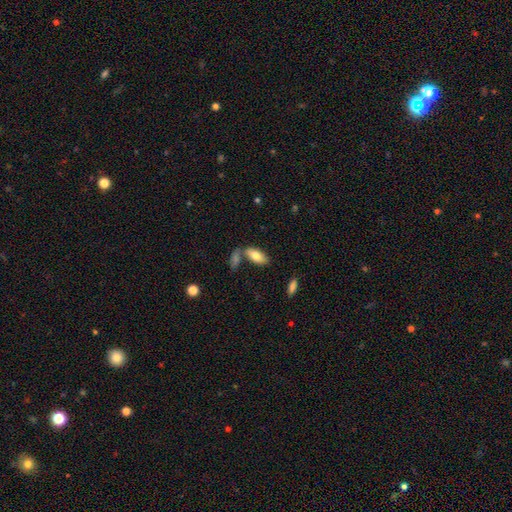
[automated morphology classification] smooth 77%, featured or disk 16%, star or artifact 6%. Down the decision tree: how rounded — in between (86%); merging — none (61%).